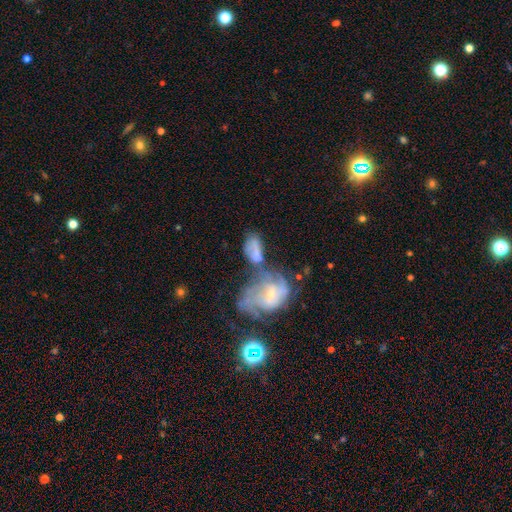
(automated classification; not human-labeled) Smooth or featured: featured or disk — 57% (smooth — 29%)
Edge-on disk: no — 95% (yes — 5%)
Bar: no — 62% (weak — 29%)
Spiral arms: yes — 74% (no — 26%)
Bulge size: small — 67% (moderate — 20%)
Merging: merger — 44% (none — 25%)